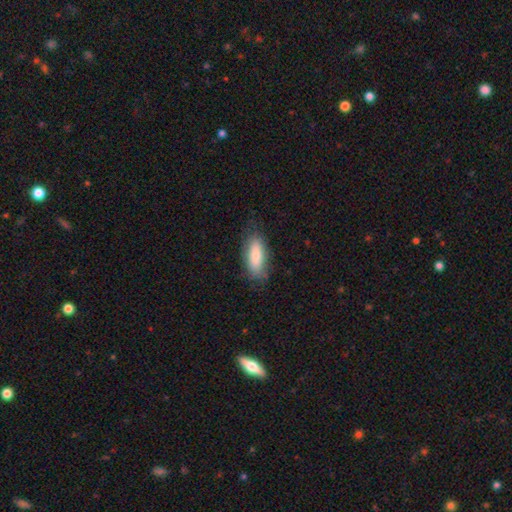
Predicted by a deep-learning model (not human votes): This appears to be a smooth galaxy with no disk features (81%) that is in between round and cigar-shaped (77%). Merging: none (76%).